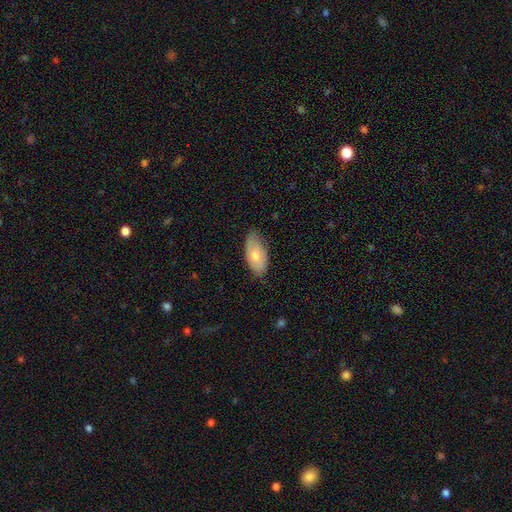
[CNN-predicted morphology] type=smooth (72%); roundness=in between (94%); merging=none (68%).